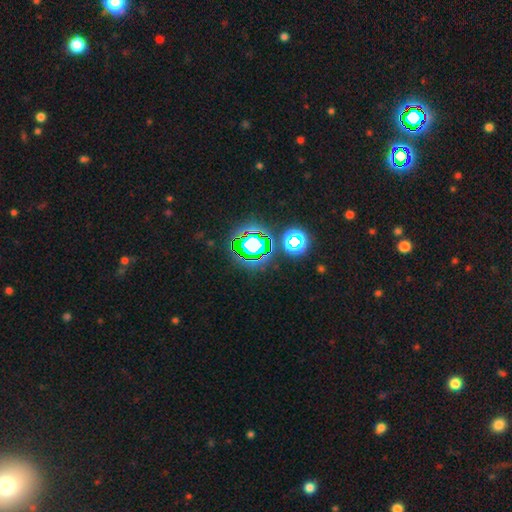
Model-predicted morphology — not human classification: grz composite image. It shows a star or artifact, not a galaxy (79%).